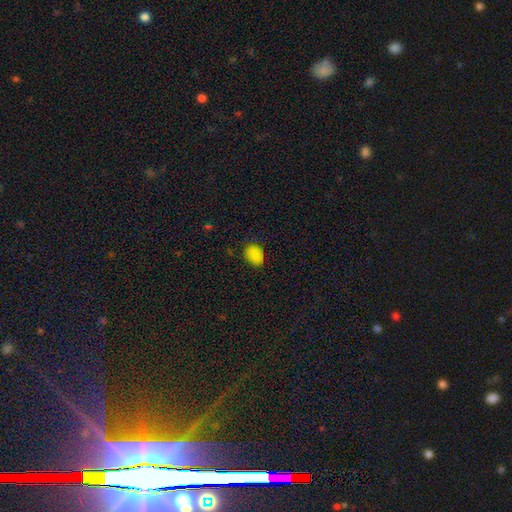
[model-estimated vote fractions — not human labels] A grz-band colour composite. It shows a smooth galaxy with no disk features (84%) that is in between round and cigar-shaped (71%). Merging: none (81%).